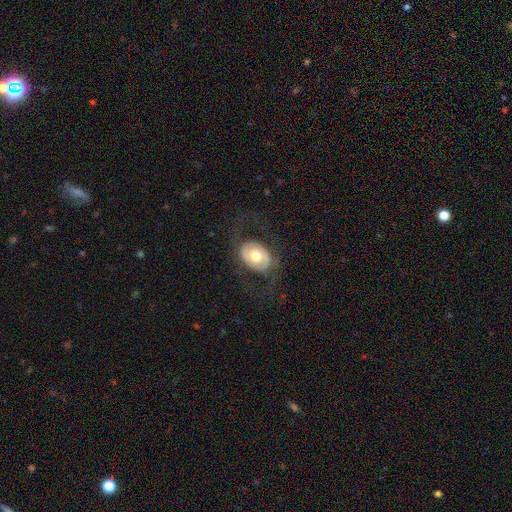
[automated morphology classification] This is possibly a featured or disk galaxy (52%). It is clearly not viewed edge-on (93%). Merging: likely none (69%).